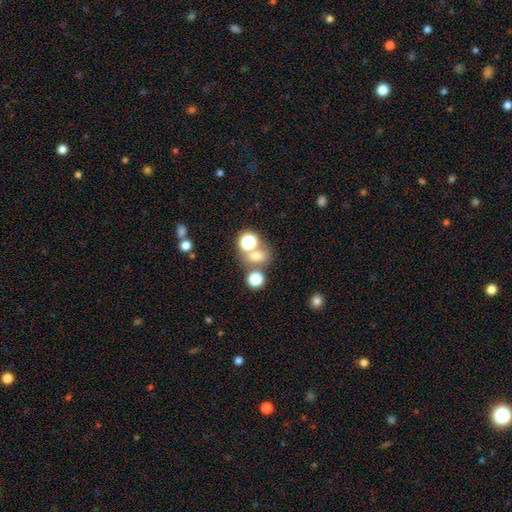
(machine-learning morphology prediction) smooth 62%, star or artifact 26%, featured or disk 12%. Down the decision tree: how rounded — round (60%); merging — none (53%).